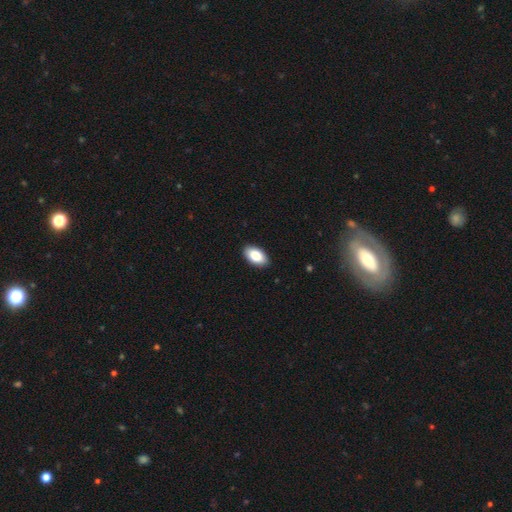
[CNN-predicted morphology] smooth 86%, featured or disk 7%, star or artifact 6%. Down the decision tree: how rounded — in between (95%); merging — none (90%).